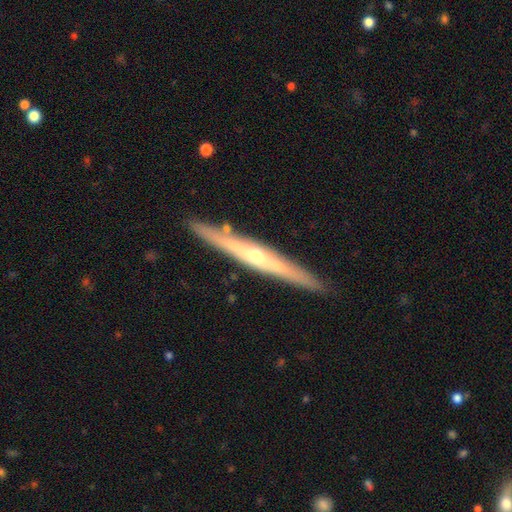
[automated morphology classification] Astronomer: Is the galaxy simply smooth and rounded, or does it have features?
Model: featured or disk — 75%.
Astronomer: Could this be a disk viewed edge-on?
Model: yes — 96%.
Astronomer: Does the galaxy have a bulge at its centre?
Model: rounded — 75%.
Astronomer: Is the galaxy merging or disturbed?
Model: none — 89%.